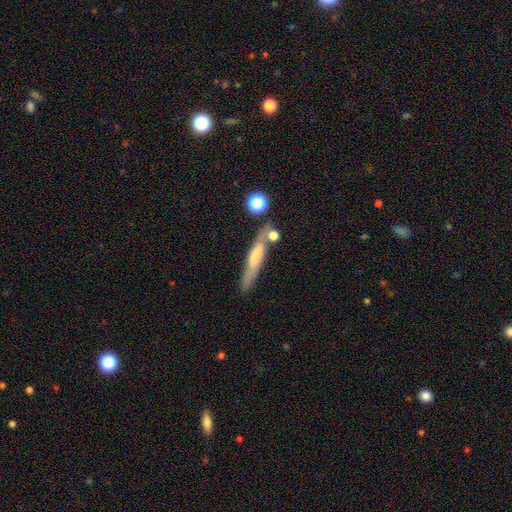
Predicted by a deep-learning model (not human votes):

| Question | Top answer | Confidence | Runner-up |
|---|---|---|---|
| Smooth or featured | smooth | 49% | featured or disk (43%) |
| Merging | none | 64% | minor disturbance (16%) |